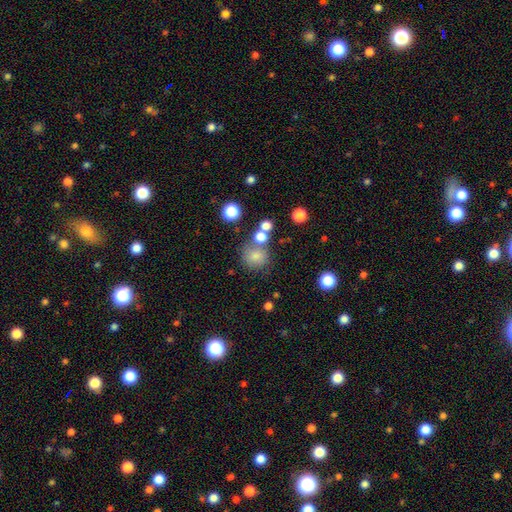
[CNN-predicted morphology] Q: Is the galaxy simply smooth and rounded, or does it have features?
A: smooth — 75%.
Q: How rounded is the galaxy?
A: round — 85%.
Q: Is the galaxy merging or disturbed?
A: none — 65%.